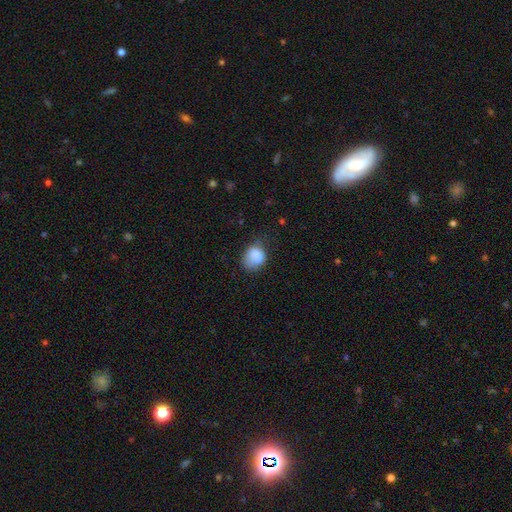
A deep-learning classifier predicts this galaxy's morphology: Overall: smooth (82%). How rounded: round (51%; in between 48%). Merging: none (44%; minor disturbance 35%).